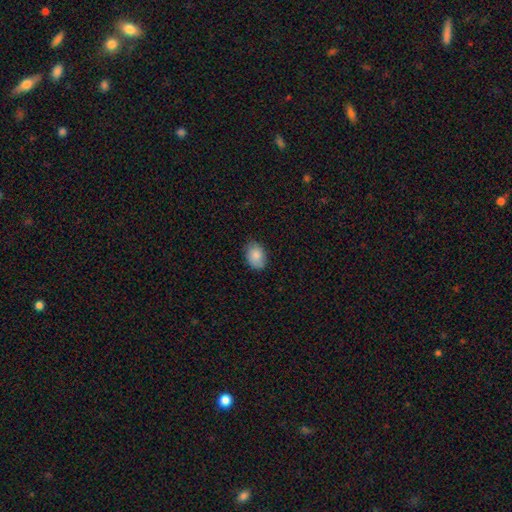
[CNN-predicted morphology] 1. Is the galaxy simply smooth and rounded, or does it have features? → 85% smooth, 8% featured or disk, 7% star or artifact.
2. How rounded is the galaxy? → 80% in between, 19% round, 1% cigar-shaped.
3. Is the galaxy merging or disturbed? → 80% none, 16% minor disturbance, 3% major disturbance, 1% merger.